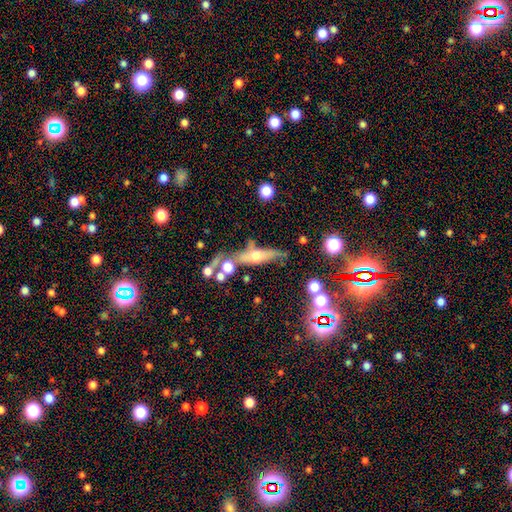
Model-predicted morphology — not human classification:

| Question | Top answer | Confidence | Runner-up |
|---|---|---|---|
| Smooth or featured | featured or disk | 51% | smooth (38%) |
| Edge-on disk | yes | 79% | no (21%) |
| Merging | none | 55% | minor disturbance (19%) |